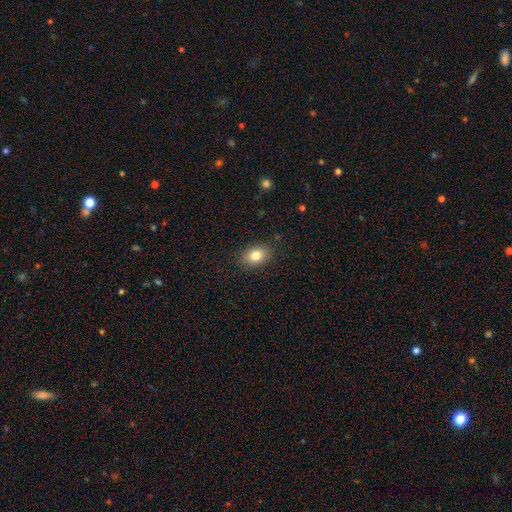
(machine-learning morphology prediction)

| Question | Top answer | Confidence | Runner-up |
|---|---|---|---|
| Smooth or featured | smooth | 82% | star or artifact (9%) |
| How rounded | in between | 77% | round (21%) |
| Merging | none | 87% | minor disturbance (9%) |